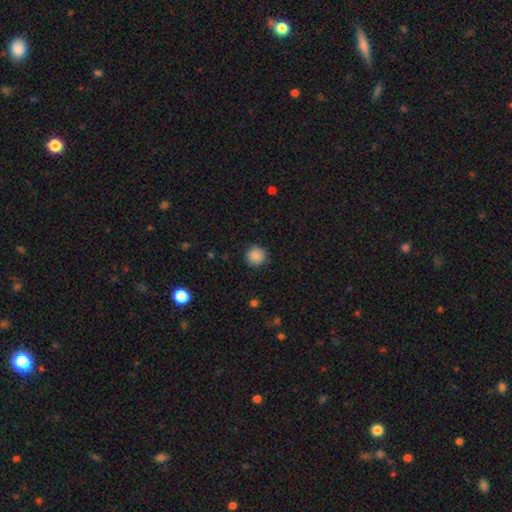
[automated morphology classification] smooth-or-featured: smooth: 88% | star or artifact: 9% | featured or disk: 3%
  how-rounded: round: 95% | in between: 4% | cigar-shaped: 1%
  merging: none: 90% | minor disturbance: 7% | major disturbance: 2% | merger: 1%